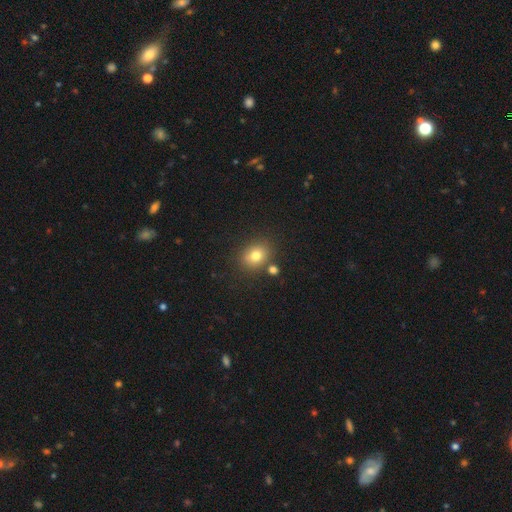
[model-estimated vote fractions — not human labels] A smooth galaxy with no disk features (78%) that is round (57%). Merging: none (76%).